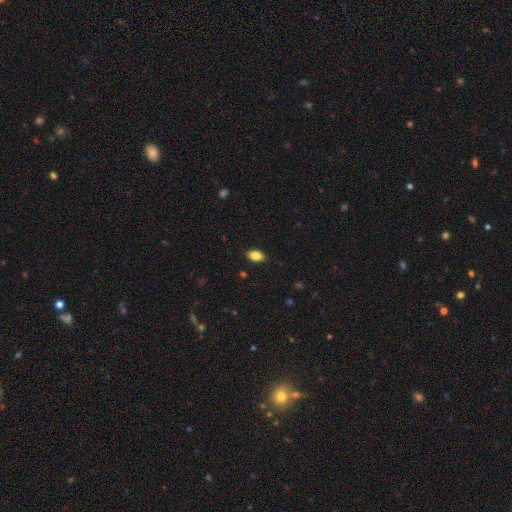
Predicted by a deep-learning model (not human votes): Smooth or featured? smooth (85%)
How rounded? in between (89%)
Merging? none (88%)